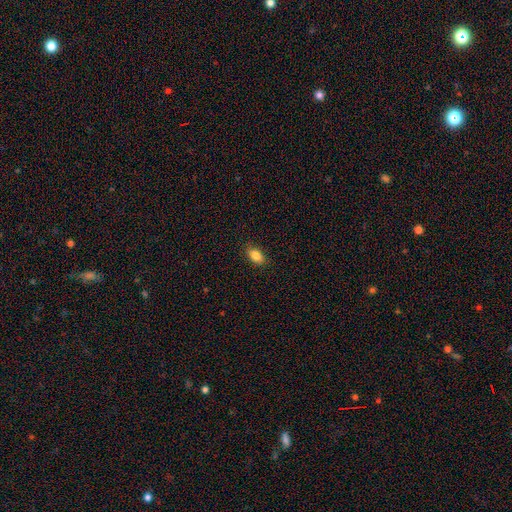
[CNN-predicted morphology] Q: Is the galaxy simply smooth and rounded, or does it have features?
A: smooth — 85%.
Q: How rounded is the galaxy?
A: in between — 89%.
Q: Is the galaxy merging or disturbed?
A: none — 87%.